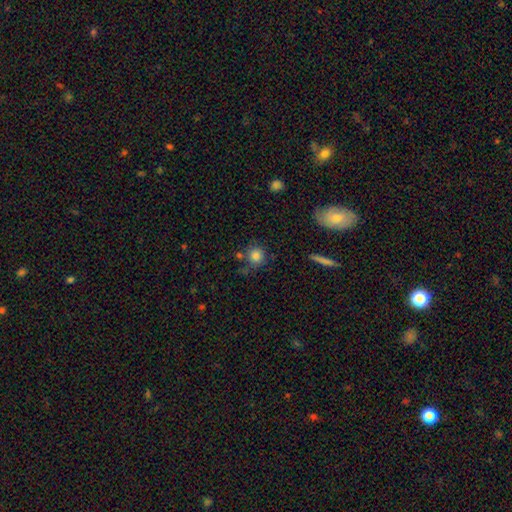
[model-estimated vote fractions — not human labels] Overall: smooth (83%). How rounded: round (91%). Merging: none (72%).